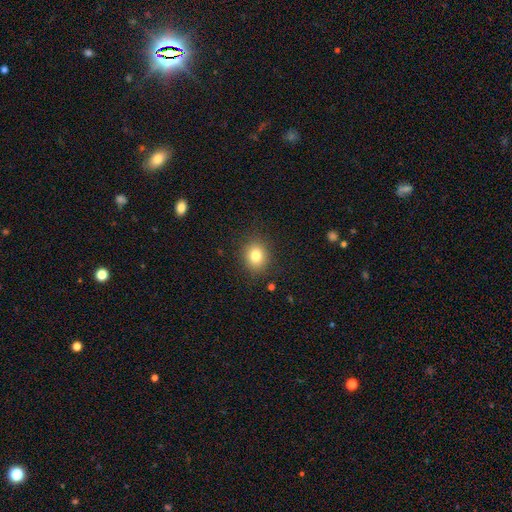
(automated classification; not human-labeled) smooth-or-featured: smooth: 81% | star or artifact: 11% | featured or disk: 8%
  how-rounded: round: 71% | in between: 28% | cigar-shaped: 1%
  merging: none: 87% | minor disturbance: 9% | major disturbance: 3% | merger: 1%